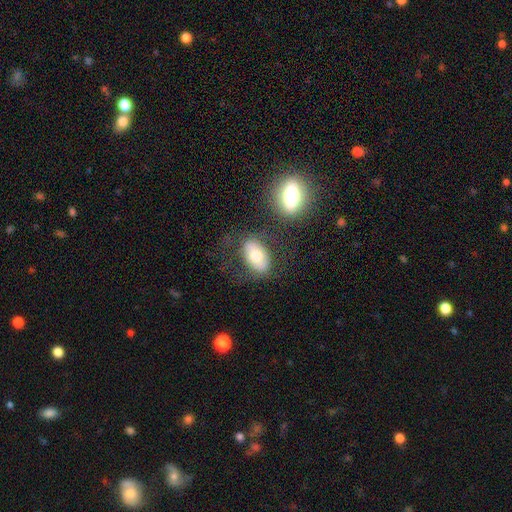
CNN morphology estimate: smooth_or_featured: smooth (p=0.66) [alt: featured or disk p=0.27]
how_rounded: in between (p=0.90) [alt: round p=0.08]
merging: none (p=0.68) [alt: minor disturbance p=0.15]